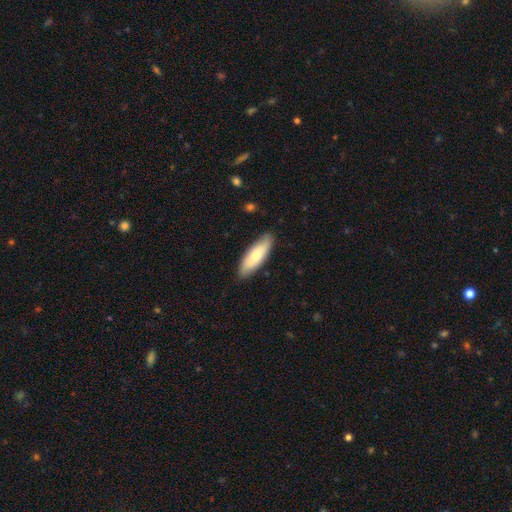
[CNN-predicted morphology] Smooth or featured? smooth (69%)
How rounded? in between (61%)
Merging? none (86%)